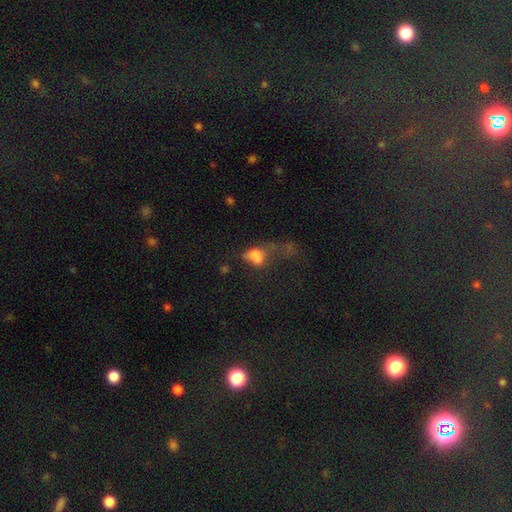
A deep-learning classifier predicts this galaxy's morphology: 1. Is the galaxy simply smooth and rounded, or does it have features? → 65% smooth, 21% featured or disk, 13% star or artifact.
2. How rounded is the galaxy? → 75% in between, 22% round, 3% cigar-shaped.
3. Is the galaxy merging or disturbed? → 45% major disturbance, 26% merger, 15% minor disturbance, 14% none.